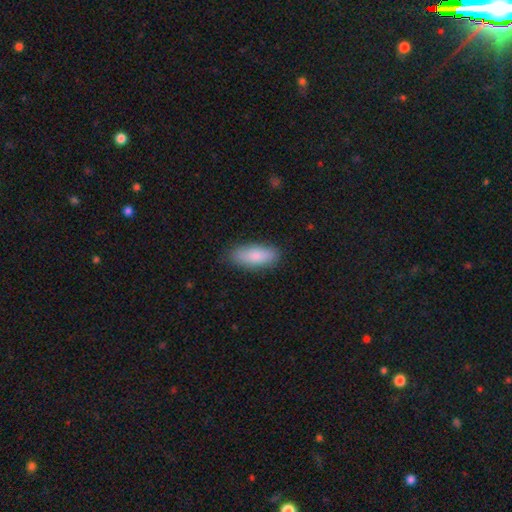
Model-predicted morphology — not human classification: Smooth or featured?
  - smooth: 85% *
  - featured or disk: 9%
  - star or artifact: 6%
How rounded?
  - in between: 77% *
  - cigar-shaped: 21%
  - round: 2%
Merging?
  - none: 85% *
  - minor disturbance: 11%
  - major disturbance: 2%
  - merger: 1%